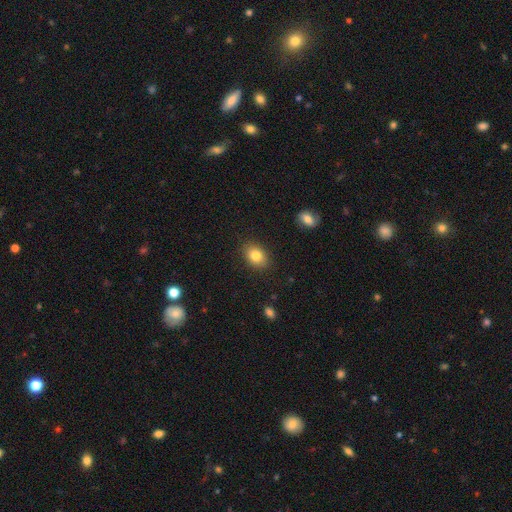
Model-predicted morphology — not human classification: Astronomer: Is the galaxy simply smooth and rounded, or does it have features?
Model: smooth — 82%.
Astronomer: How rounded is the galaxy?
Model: in between — 69%.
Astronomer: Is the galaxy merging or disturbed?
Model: none — 87%.